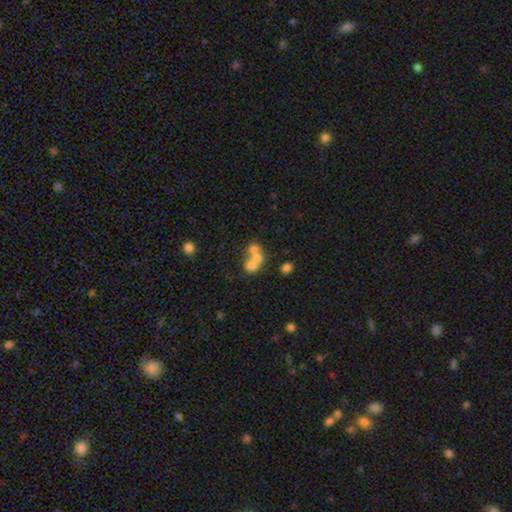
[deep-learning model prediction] Smooth or featured: smooth — 60% (featured or disk — 26%)
How rounded: round — 67% (in between — 31%)
Merging: merger — 65% (none — 25%)